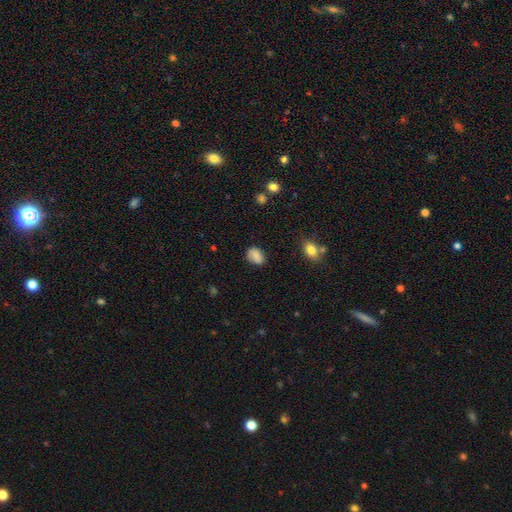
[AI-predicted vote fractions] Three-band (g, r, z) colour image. It shows a smooth galaxy with no disk features (81%) that is in between round and cigar-shaped (72%). Merging: none (69%).